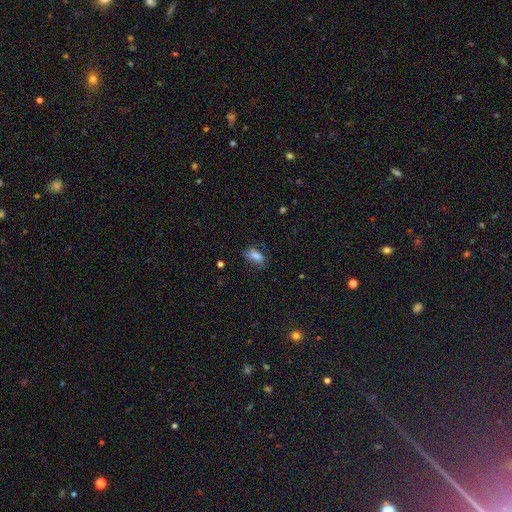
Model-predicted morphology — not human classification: Smooth or featured: smooth — 76% (featured or disk — 13%)
How rounded: in between — 85% (round — 8%)
Merging: none — 64% (minor disturbance — 25%)